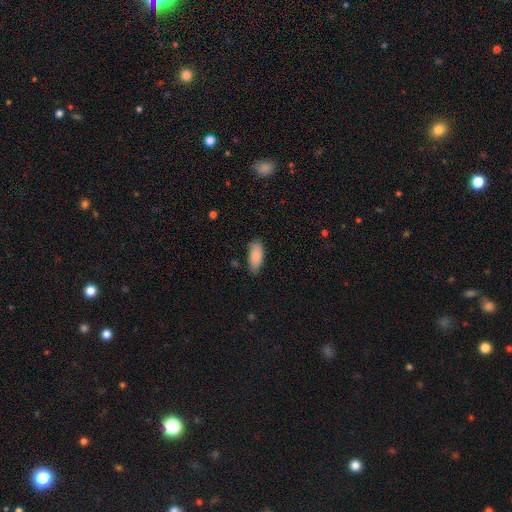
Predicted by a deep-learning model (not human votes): A smooth galaxy with no disk features (87%) that is in between round and cigar-shaped (83%). Merging: none (81%).